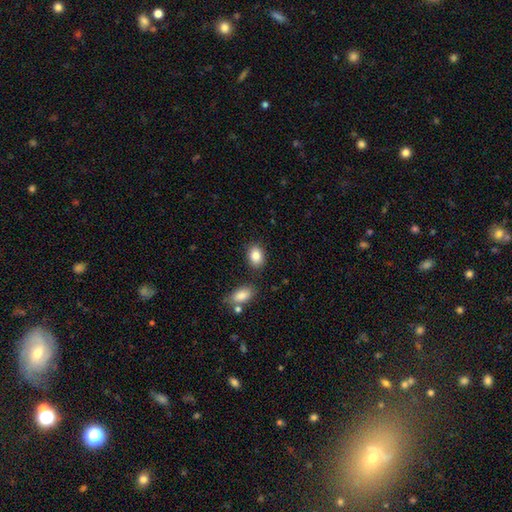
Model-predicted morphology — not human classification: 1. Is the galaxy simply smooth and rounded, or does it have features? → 85% smooth, 8% star or artifact, 7% featured or disk.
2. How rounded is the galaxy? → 77% in between, 21% round, 1% cigar-shaped.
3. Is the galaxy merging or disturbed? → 81% none, 11% minor disturbance, 6% merger, 3% major disturbance.